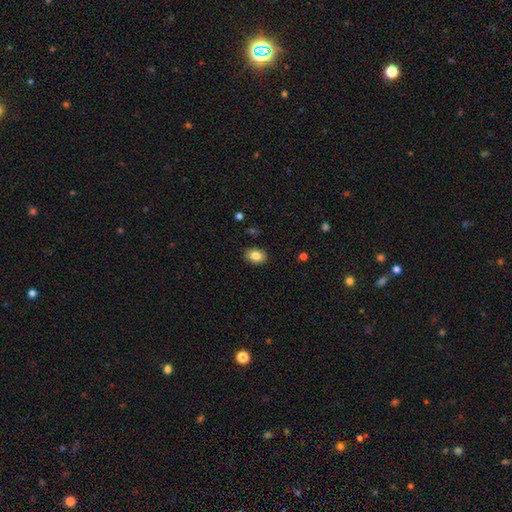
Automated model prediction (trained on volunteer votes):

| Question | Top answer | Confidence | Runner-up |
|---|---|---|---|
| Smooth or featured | smooth | 84% | star or artifact (8%) |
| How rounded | in between | 75% | round (24%) |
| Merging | none | 89% | minor disturbance (8%) |